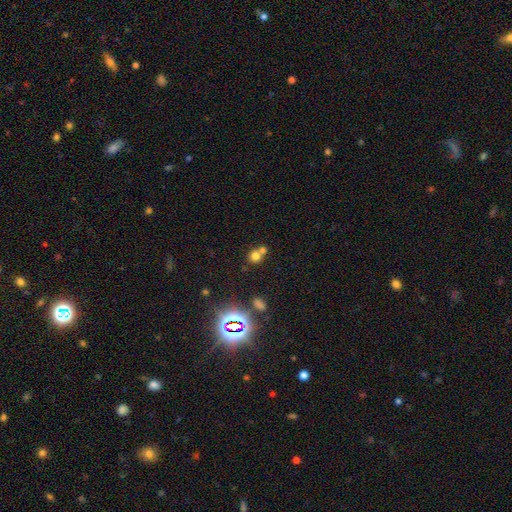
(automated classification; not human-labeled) A smooth galaxy with no disk features (68%) that is round (83%). Merging: merger (45%, tied with none).